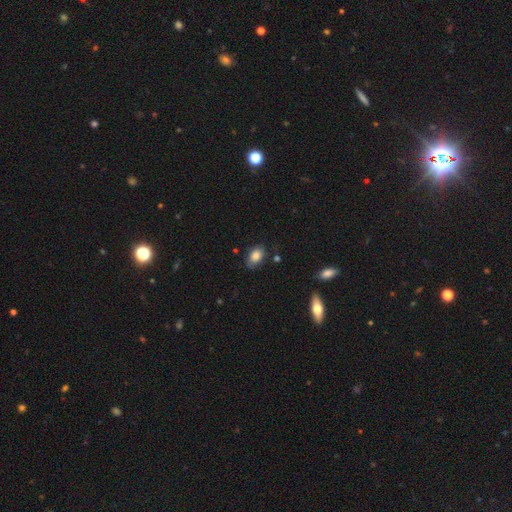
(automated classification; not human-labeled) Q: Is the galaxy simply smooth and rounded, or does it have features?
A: smooth — 79%.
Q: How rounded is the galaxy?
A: in between — 89%.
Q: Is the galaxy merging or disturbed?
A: none — 75%.